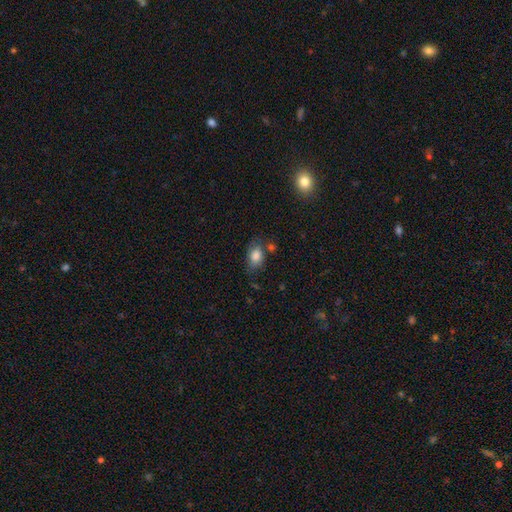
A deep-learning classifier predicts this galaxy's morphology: A smooth galaxy with no disk features (82%) that is in between round and cigar-shaped (83%). Merging: none (62%).